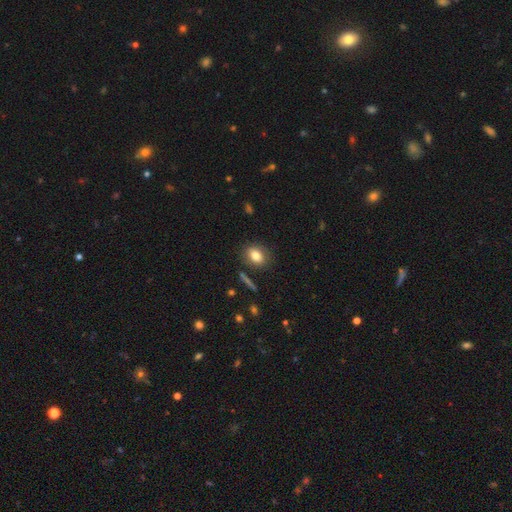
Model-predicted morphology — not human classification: smooth 80%, featured or disk 11%, star or artifact 10%. Down the decision tree: how rounded — in between (61%); merging — none (82%).